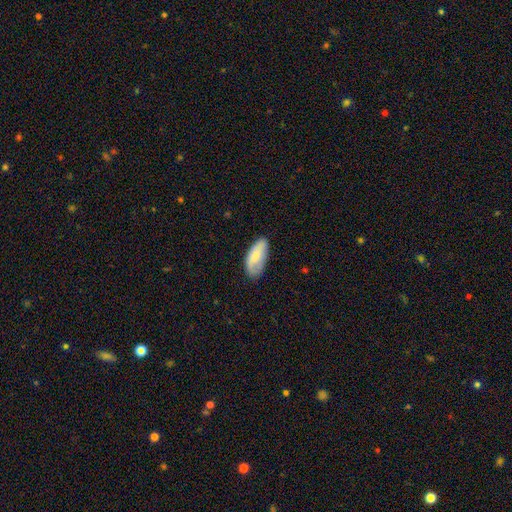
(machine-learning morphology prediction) The model was most divided on "merging": none: 68%, minor disturbance: 24%, major disturbance: 6%, merger: 2%. More confident: how rounded — in between (90%); smooth or featured — smooth (78%).